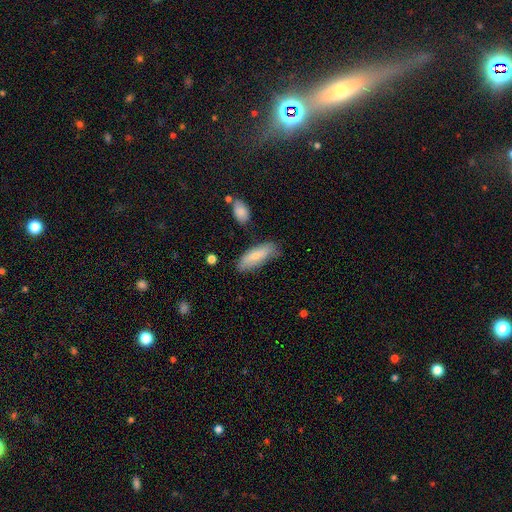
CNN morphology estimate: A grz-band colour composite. It shows a smooth galaxy with no disk features (75%) that is in between round and cigar-shaped (66%). Merging: none (68%).